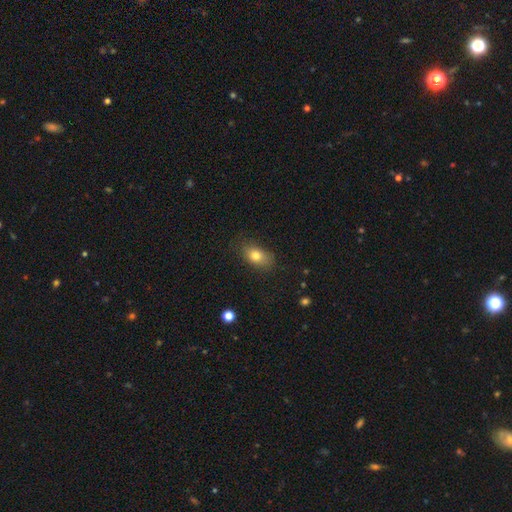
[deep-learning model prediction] The model was most divided on "merging": none: 77%, minor disturbance: 17%, major disturbance: 5%, merger: 1%. More confident: how rounded — in between (83%); smooth or featured — smooth (78%).